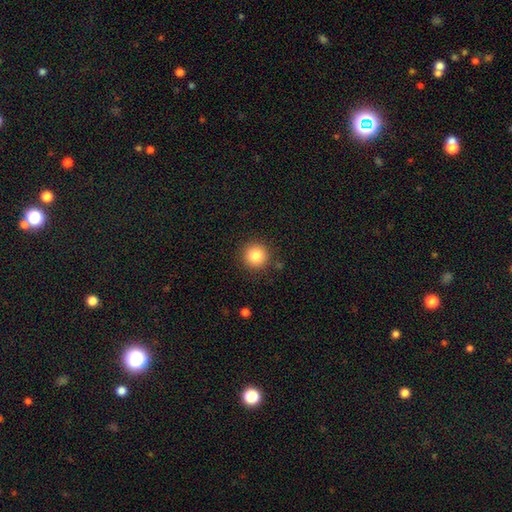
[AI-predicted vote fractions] Overall: smooth (84%). How rounded: round (95%). Merging: none (90%).